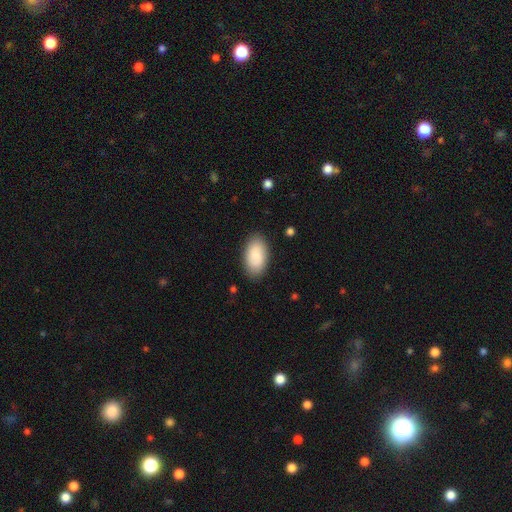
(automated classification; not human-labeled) smooth-or-featured: smooth: 87% | featured or disk: 7% | star or artifact: 6%
  how-rounded: in between: 95% | round: 3% | cigar-shaped: 2%
  merging: none: 86% | minor disturbance: 10% | major disturbance: 3% | merger: 1%